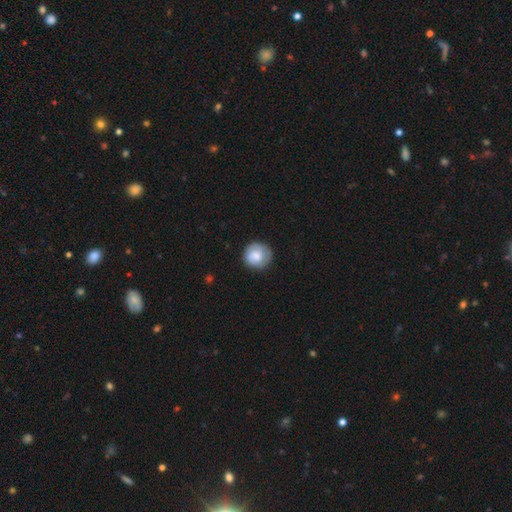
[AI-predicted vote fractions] Overall: smooth (74%). How rounded: round (92%). Merging: none (80%).